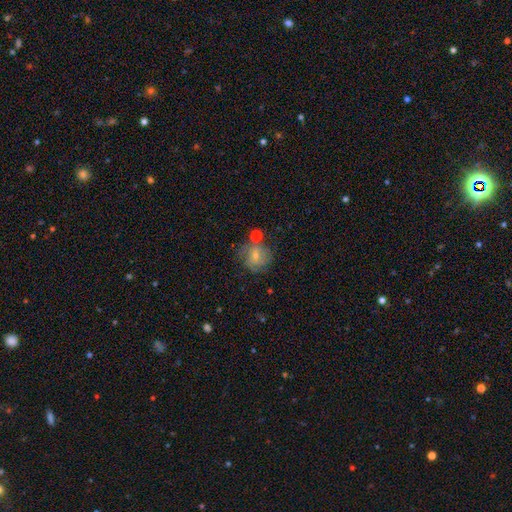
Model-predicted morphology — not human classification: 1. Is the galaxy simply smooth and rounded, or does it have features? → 48% smooth, 42% featured or disk, 10% star or artifact.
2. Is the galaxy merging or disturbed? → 53% none, 20% minor disturbance, 15% merger, 12% major disturbance.